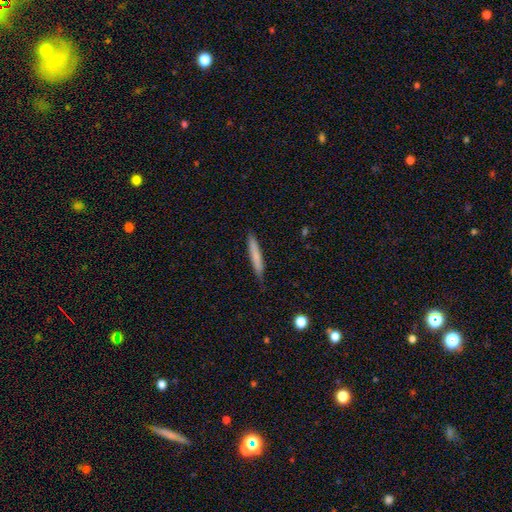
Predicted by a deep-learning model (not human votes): A smooth galaxy with no disk features (73%) that is cigar-shaped (95%).

Vote fractions:
- Smooth or featured? smooth: 73% / featured or disk: 21% / star or artifact: 6%
- How rounded? cigar-shaped: 95% / in between: 4% / round: 1%
- Merging? none: 83% / minor disturbance: 14% / major disturbance: 2% / merger: 1%